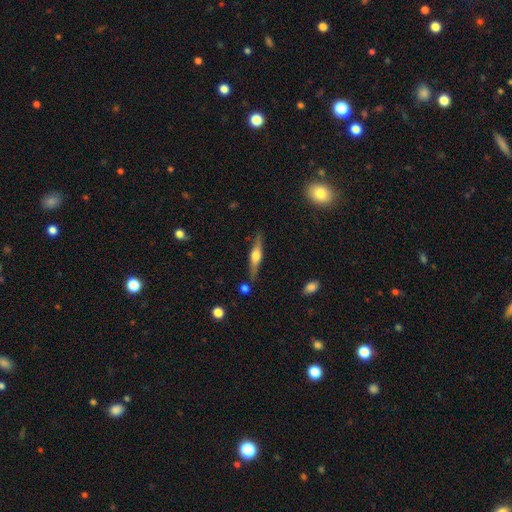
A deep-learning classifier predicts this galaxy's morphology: This is likely a featured or disk galaxy (67%). It is clearly viewed edge-on (96%). Edge-on bulge: clearly rounded (90%). Merging: clearly none (82%).